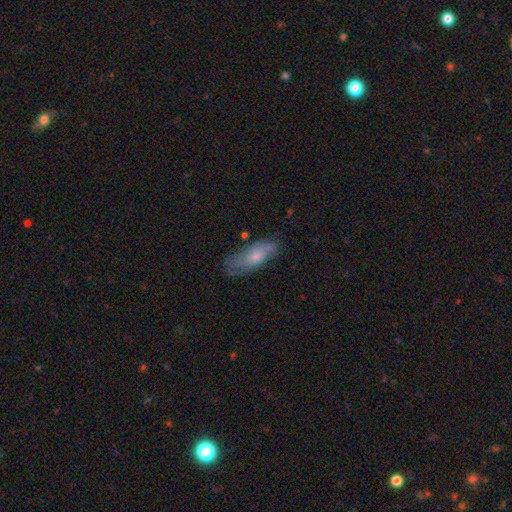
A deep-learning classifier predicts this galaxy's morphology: type=smooth (59%); roundness=in between (69%); merging=none (61%).